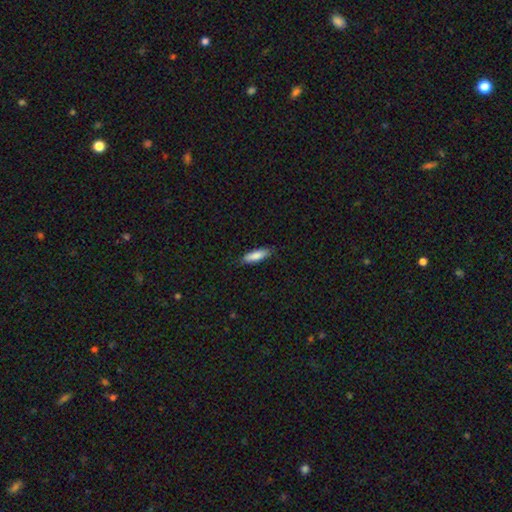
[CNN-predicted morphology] This appears to be a smooth galaxy with no disk features (84%) that is cigar-shaped (52%). Merging: none (83%).